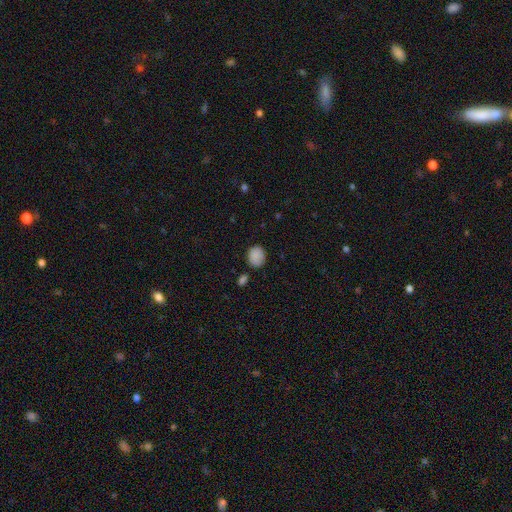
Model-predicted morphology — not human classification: type=smooth (87%); roundness=round (55%); merging=none (76%).